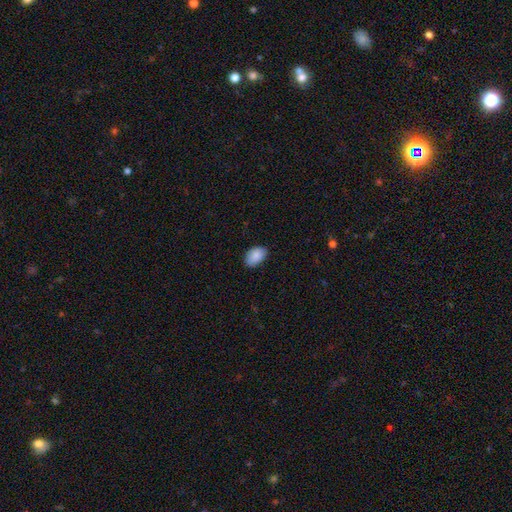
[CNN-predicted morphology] The model was most divided on "merging": none: 83%, minor disturbance: 14%, major disturbance: 2%, merger: 1%. More confident: how rounded — in between (90%); smooth or featured — smooth (89%).